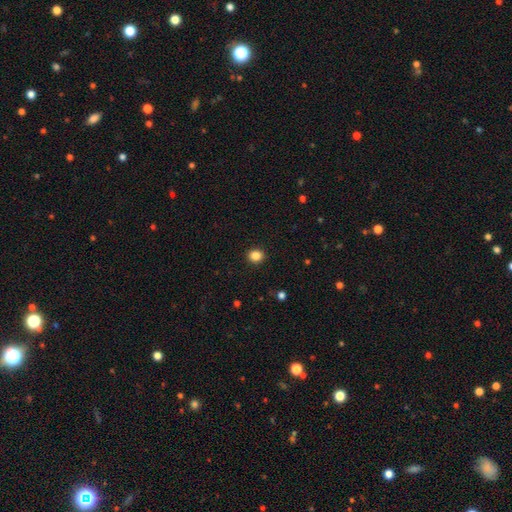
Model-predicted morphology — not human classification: The model was most divided on "how rounded": round: 81%, in between: 18%, cigar-shaped: 1%. More confident: merging — none (92%); smooth or featured — smooth (85%).